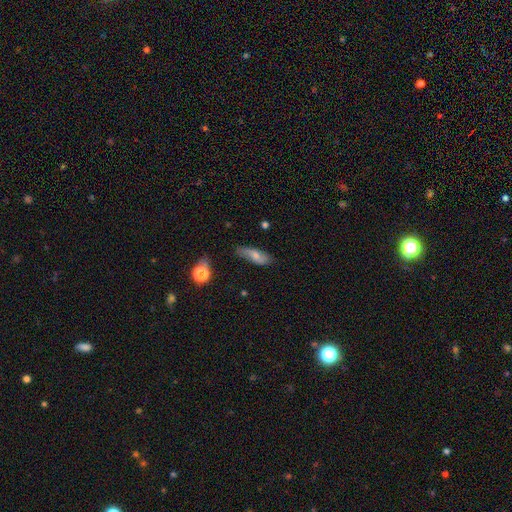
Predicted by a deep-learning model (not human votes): Smooth or featured? smooth (64%)
How rounded? in between (62%)
Merging? none (71%)